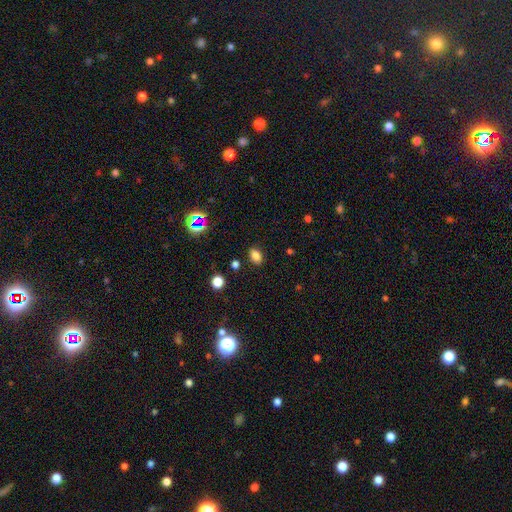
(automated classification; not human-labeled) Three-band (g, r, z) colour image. It shows a smooth galaxy with no disk features (79%) that is in between round and cigar-shaped (80%). Merging: none (86%).